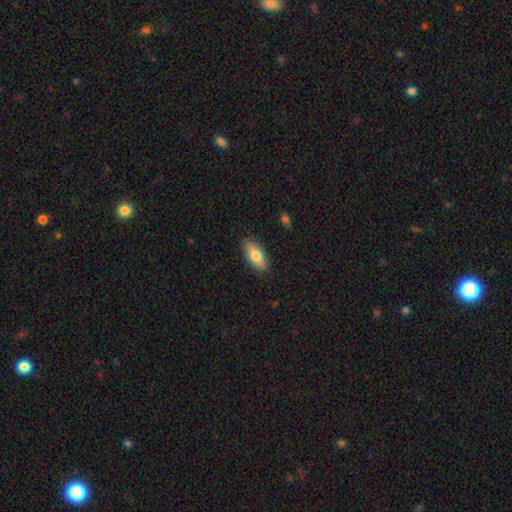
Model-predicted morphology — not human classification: smooth_or_featured: smooth (p=0.72) [alt: featured or disk p=0.22]
how_rounded: in between (p=0.78) [alt: cigar-shaped p=0.19]
merging: none (p=0.87) [alt: minor disturbance p=0.10]